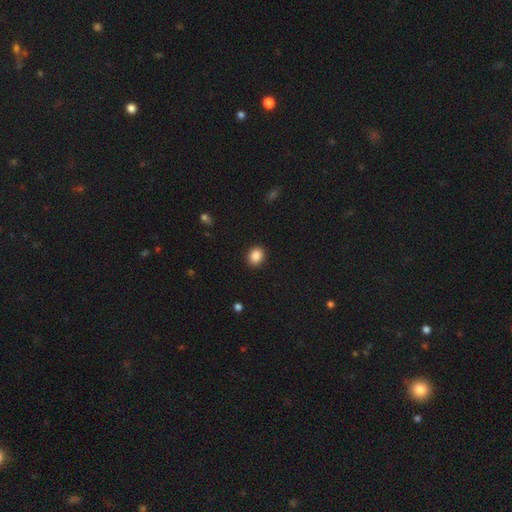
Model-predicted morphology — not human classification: smooth_or_featured: smooth (p=0.88) [alt: star or artifact p=0.09]
how_rounded: round (p=0.57) [alt: in between p=0.42]
merging: none (p=0.90) [alt: minor disturbance p=0.07]